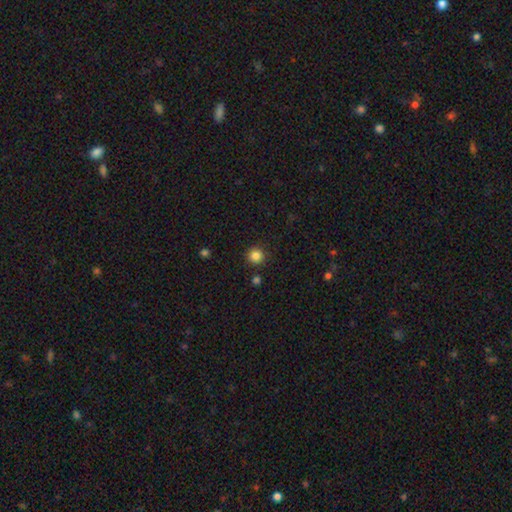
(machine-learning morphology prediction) smooth_or_featured: smooth (p=0.84) [alt: star or artifact p=0.12]
how_rounded: round (p=0.95) [alt: in between p=0.04]
merging: none (p=0.90) [alt: minor disturbance p=0.06]